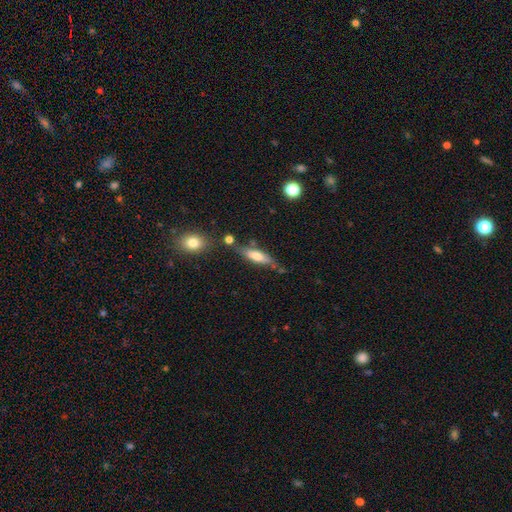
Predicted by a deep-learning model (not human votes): Smooth or featured?
  - smooth: 57% *
  - featured or disk: 35%
  - star or artifact: 7%
How rounded?
  - cigar-shaped: 59% *
  - in between: 38%
  - round: 2%
Merging?
  - none: 67% *
  - minor disturbance: 18%
  - merger: 10%
  - major disturbance: 5%